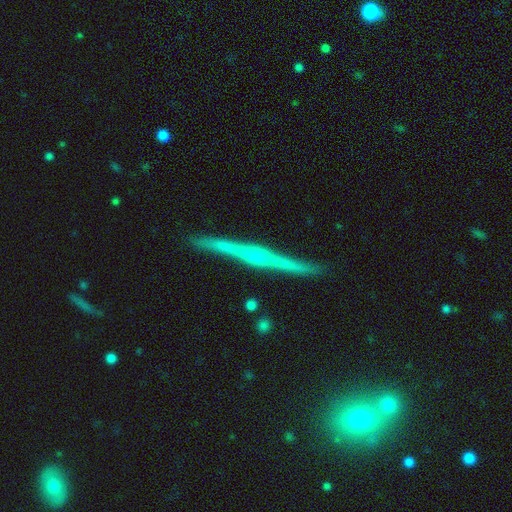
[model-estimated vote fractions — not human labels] The model was most divided on "edge-on bulge": rounded: 57%, none: 29%, boxy: 14%. More confident: edge-on disk — yes (98%); merging — none (89%); smooth or featured — featured or disk (79%).